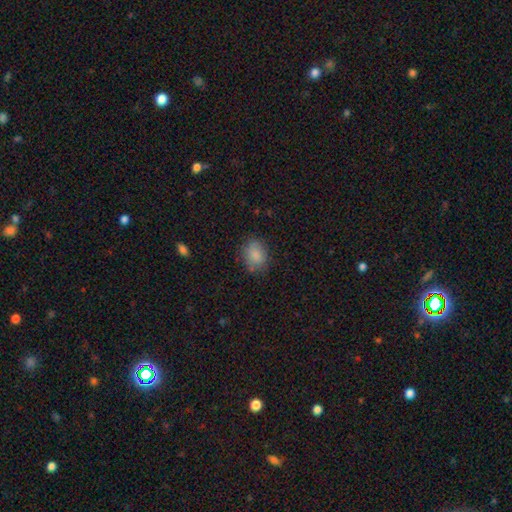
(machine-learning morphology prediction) smooth_or_featured: smooth (p=0.85) [alt: star or artifact p=0.08]
how_rounded: in between (p=0.67) [alt: round p=0.32]
merging: none (p=0.77) [alt: minor disturbance p=0.17]